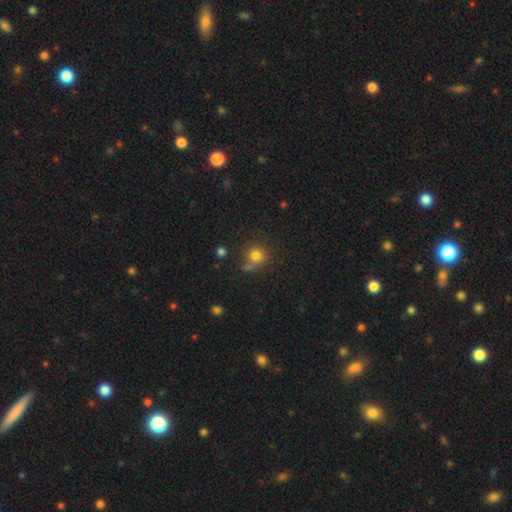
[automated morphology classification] Smooth or featured? smooth (79%)
How rounded? round (88%)
Merging? none (64%)